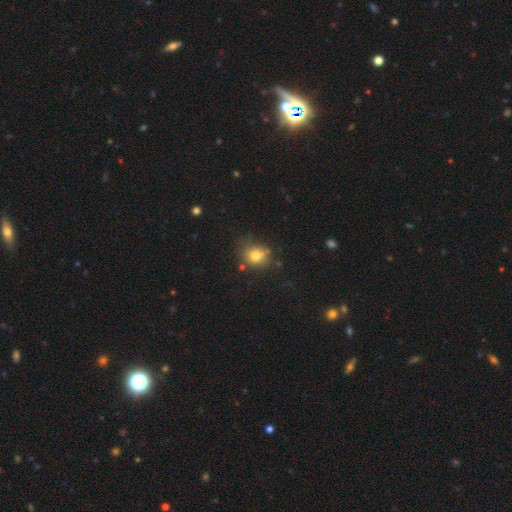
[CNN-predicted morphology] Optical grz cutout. It shows a smooth galaxy with no disk features (77%) that is round (75%). Merging: none (68%).